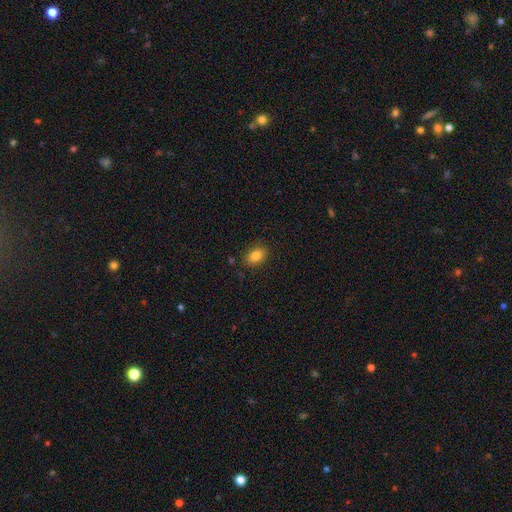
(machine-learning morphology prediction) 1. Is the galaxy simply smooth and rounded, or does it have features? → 83% smooth, 9% star or artifact, 7% featured or disk.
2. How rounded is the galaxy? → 78% in between, 21% round, 1% cigar-shaped.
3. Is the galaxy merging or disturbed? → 86% none, 10% minor disturbance, 2% major disturbance, 1% merger.